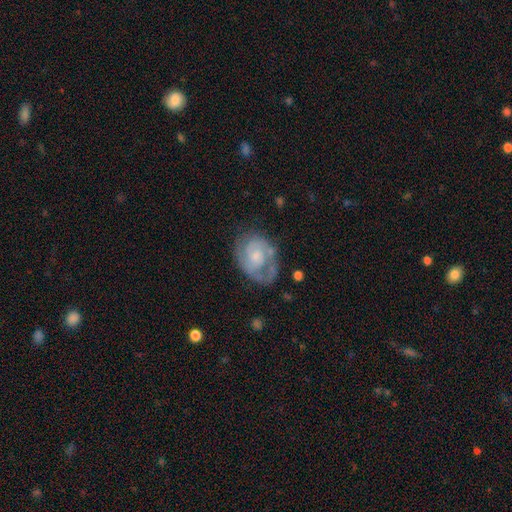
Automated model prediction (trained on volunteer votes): Smooth or featured? Predicted: featured or disk (p=0.71). Edge-on disk? Predicted: no (p=0.97). Bar? Predicted: no (p=0.70). Spiral arms? Predicted: yes (p=0.82). Spiral winding? Predicted: tight (p=0.50). Spiral arm count? Predicted: 2 (p=0.51). Bulge size? Predicted: small (p=0.46). Merging? Predicted: none (p=0.56).